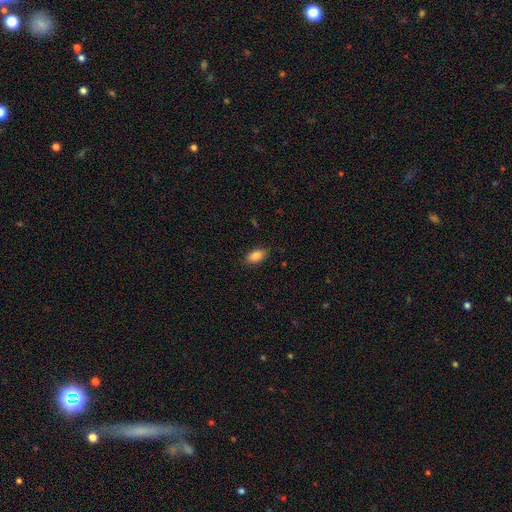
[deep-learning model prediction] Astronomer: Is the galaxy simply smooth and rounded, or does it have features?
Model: smooth — 87%.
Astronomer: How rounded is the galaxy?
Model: in between — 92%.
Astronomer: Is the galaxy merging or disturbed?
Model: none — 86%.